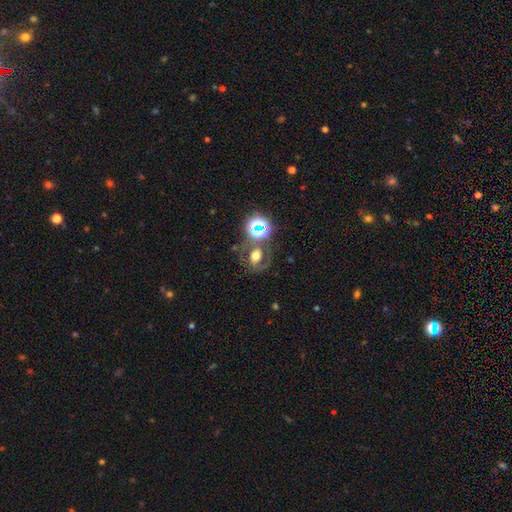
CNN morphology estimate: Smooth or featured: featured or disk — 42% (smooth — 33%)
Merging: none — 57% (merger — 18%)